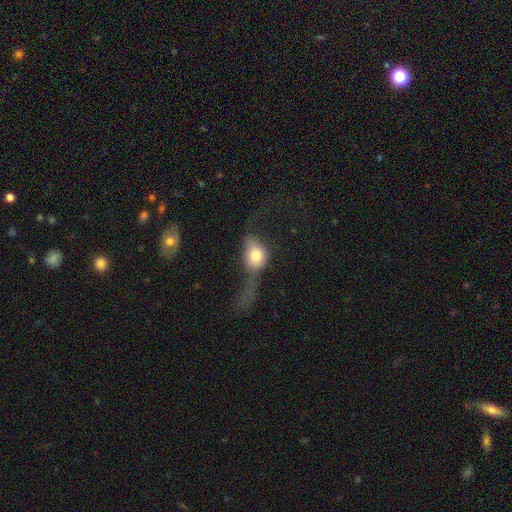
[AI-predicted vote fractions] Morphology: type=smooth (65%); roundness=in between (59%); merging=major disturbance (57%).